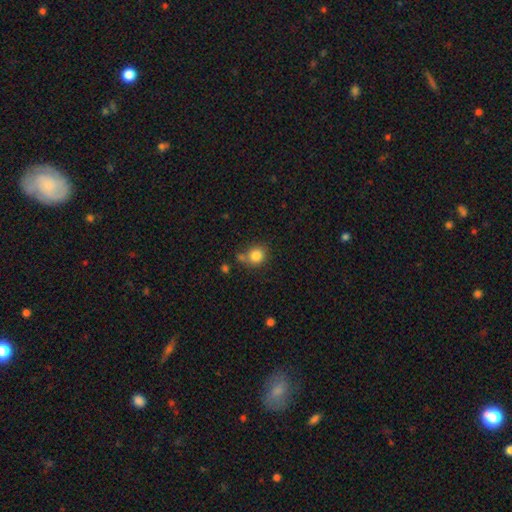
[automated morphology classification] A smooth galaxy with no disk features (83%) that is round (82%). Merging: none (61%).